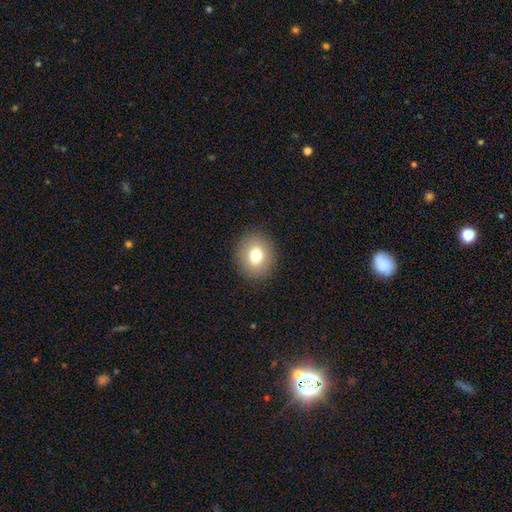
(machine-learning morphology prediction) smooth_or_featured: smooth (p=0.76) [alt: featured or disk p=0.14]
how_rounded: round (p=0.65) [alt: in between p=0.34]
merging: none (p=0.89) [alt: minor disturbance p=0.07]